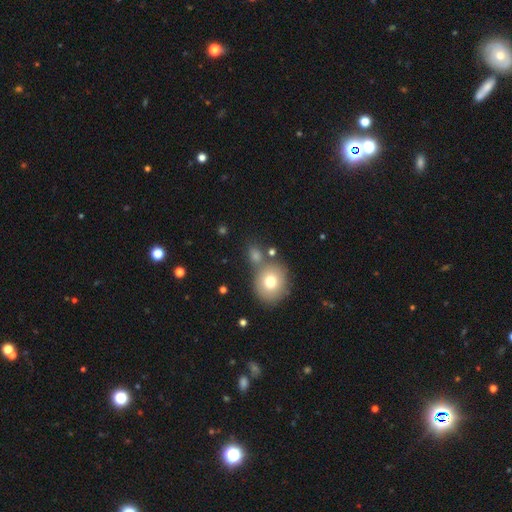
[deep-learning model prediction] Smooth or featured? Predicted: smooth (p=0.68). How rounded? Predicted: round (p=0.68). Merging? Predicted: none (p=0.62).